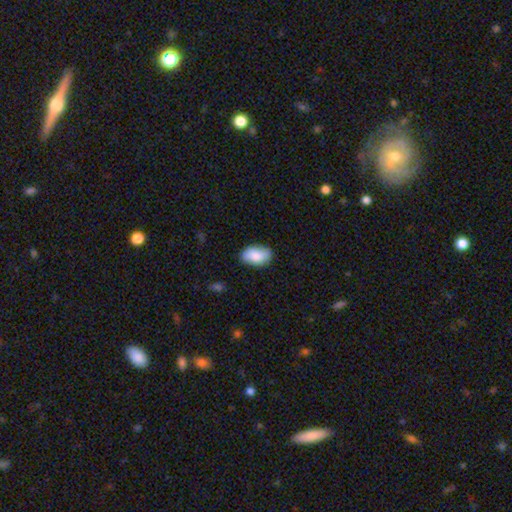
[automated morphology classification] This appears to be a smooth galaxy with no disk features (84%) that is in between round and cigar-shaped (92%). Merging: none (79%).